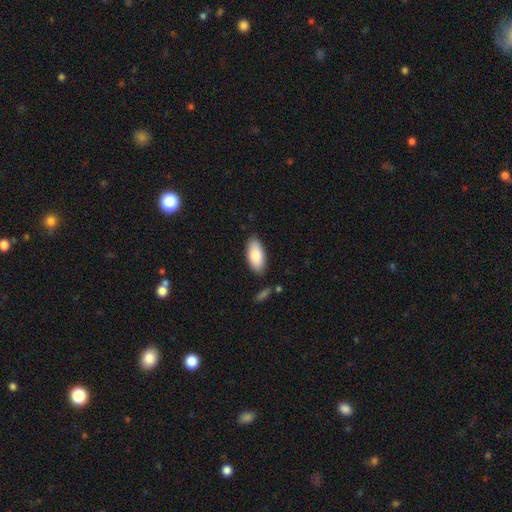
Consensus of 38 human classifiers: This is clearly a smooth galaxy (89%). How rounded: clearly in between (82%). Merging: likely none (70%).